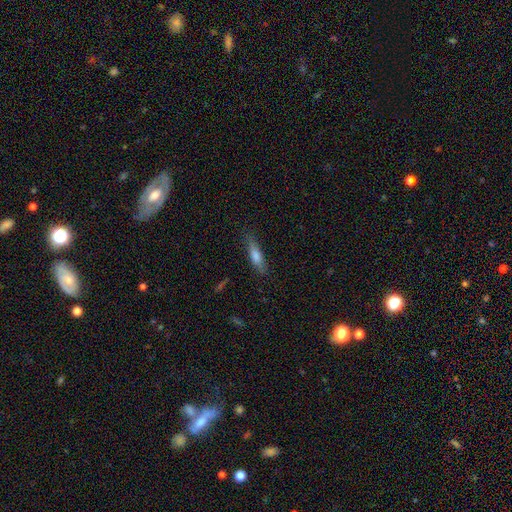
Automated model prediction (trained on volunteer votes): Smooth or featured? smooth (64%)
How rounded? cigar-shaped (74%)
Merging? none (79%)